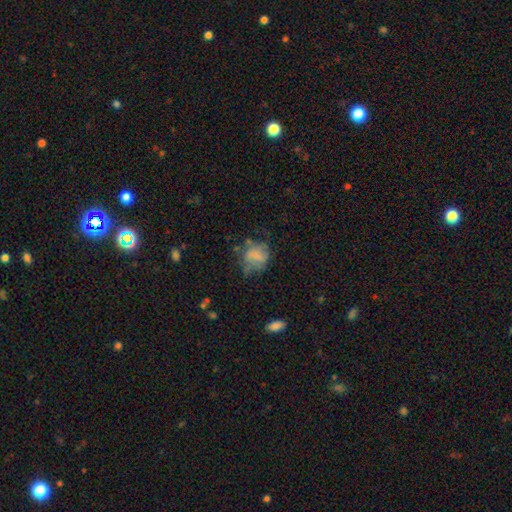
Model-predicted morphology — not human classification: smooth-or-featured: smooth: 57% | featured or disk: 33% | star or artifact: 11%
  how-rounded: round: 60% | in between: 39% | cigar-shaped: 1%
  merging: none: 40% | minor disturbance: 31% | major disturbance: 26% | merger: 4%